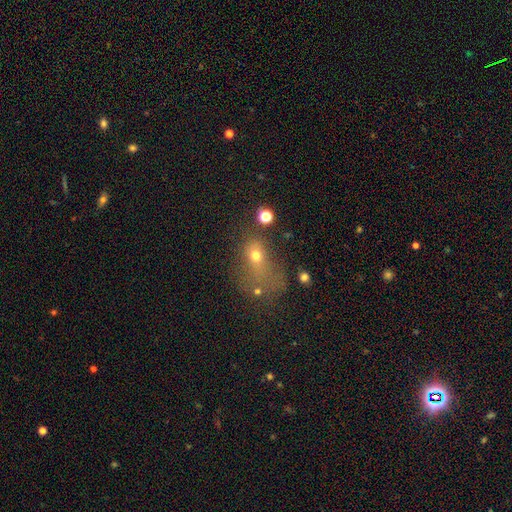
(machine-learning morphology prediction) smooth 61%, star or artifact 20%, featured or disk 19%. Down the decision tree: how rounded — in between (59%); merging — major disturbance (42%).